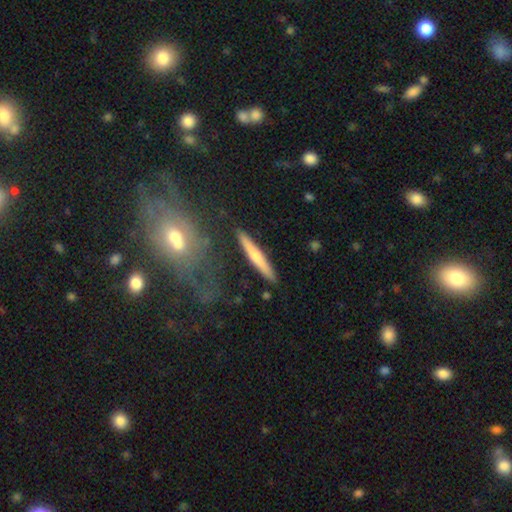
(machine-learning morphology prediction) Smooth or featured?
  - smooth: 53% *
  - featured or disk: 41%
  - star or artifact: 6%
How rounded?
  - cigar-shaped: 93% *
  - in between: 5%
  - round: 2%
Merging?
  - none: 86% *
  - minor disturbance: 9%
  - merger: 3%
  - major disturbance: 2%